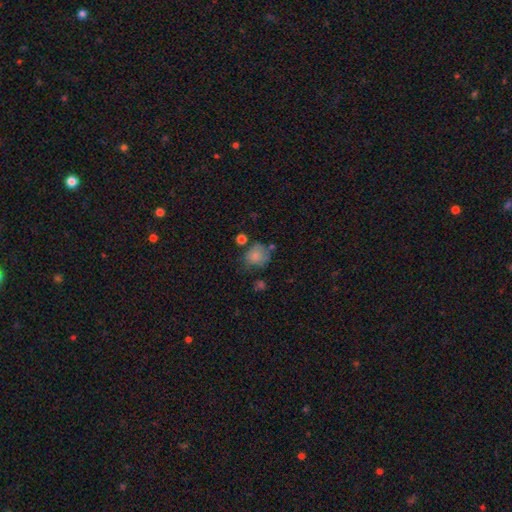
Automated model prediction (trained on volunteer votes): Smooth or featured? Predicted: smooth (p=0.78). How rounded? Predicted: round (p=0.69). Merging? Predicted: none (p=0.51).